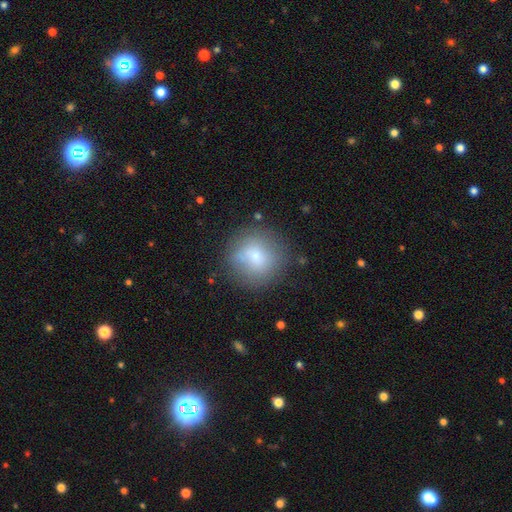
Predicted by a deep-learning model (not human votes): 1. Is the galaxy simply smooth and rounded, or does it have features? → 69% smooth, 19% featured or disk, 12% star or artifact.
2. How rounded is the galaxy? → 94% round, 5% in between, 1% cigar-shaped.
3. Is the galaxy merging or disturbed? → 78% none, 14% minor disturbance, 5% major disturbance, 3% merger.